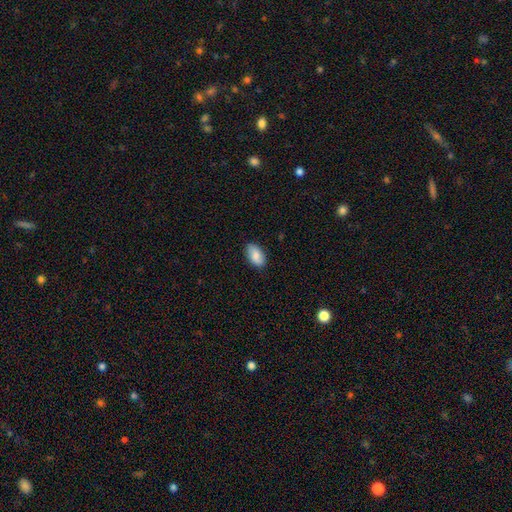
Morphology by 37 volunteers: smooth-or-featured: smooth: 76% | featured or disk: 22% | star or artifact: 3%
  how-rounded: in between: 89% | cigar-shaped: 7% | round: 4%
  merging: none: 78% | minor disturbance: 19% | major disturbance: 3% | merger: 0%